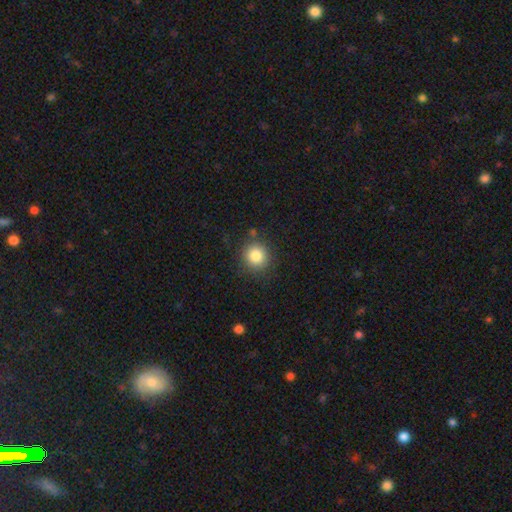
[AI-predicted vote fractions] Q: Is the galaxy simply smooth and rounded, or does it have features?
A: smooth — 84%.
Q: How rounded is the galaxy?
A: round — 91%.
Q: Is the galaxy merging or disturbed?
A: none — 85%.